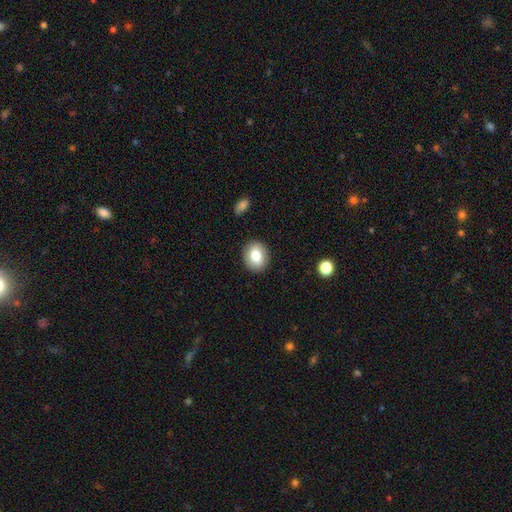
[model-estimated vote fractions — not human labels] A smooth galaxy with no disk features (79%) that is round (57%).

Vote fractions:
- Smooth or featured? smooth: 79% / featured or disk: 13% / star or artifact: 8%
- How rounded? round: 57% / in between: 42% / cigar-shaped: 1%
- Merging? none: 89% / minor disturbance: 8% / major disturbance: 2% / merger: 1%